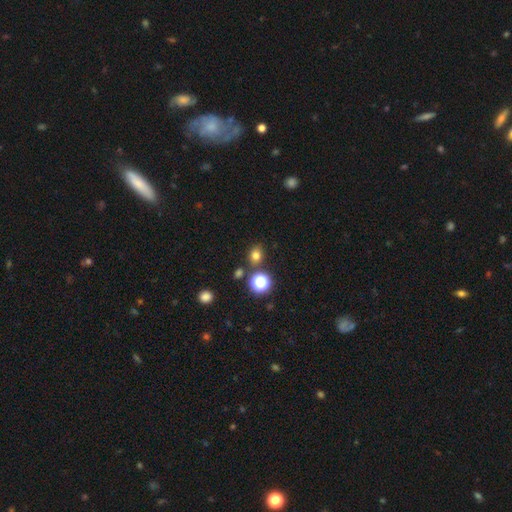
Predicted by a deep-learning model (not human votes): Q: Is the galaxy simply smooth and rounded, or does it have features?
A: smooth — 73%.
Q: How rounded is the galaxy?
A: round — 60%.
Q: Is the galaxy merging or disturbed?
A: none — 78%.